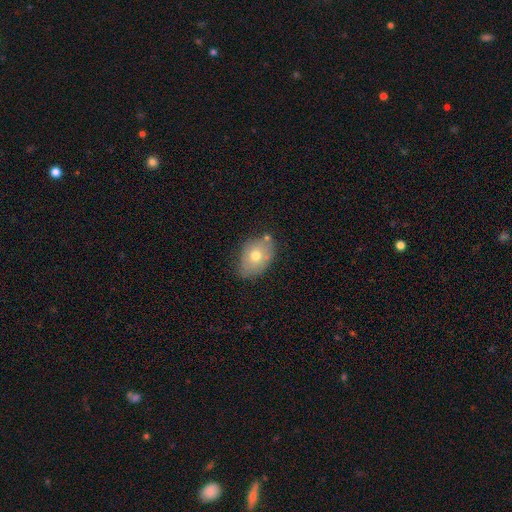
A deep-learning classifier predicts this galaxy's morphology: The model was most divided on "merging": none: 64%, minor disturbance: 23%, merger: 8%, major disturbance: 5%. More confident: how rounded — in between (75%); smooth or featured — smooth (69%).